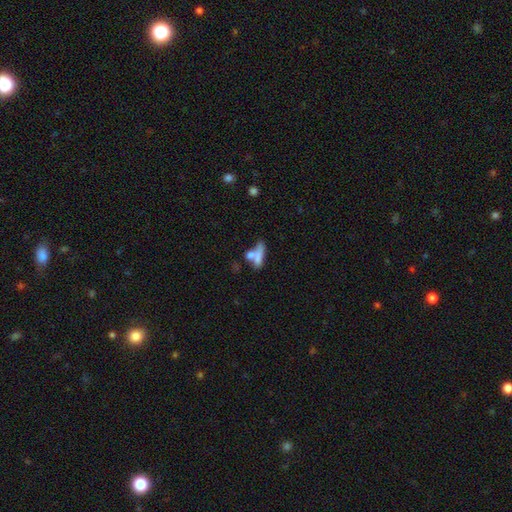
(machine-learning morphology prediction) Smooth or featured? smooth (64%)
How rounded? in between (51%)
Merging? merger (48%)